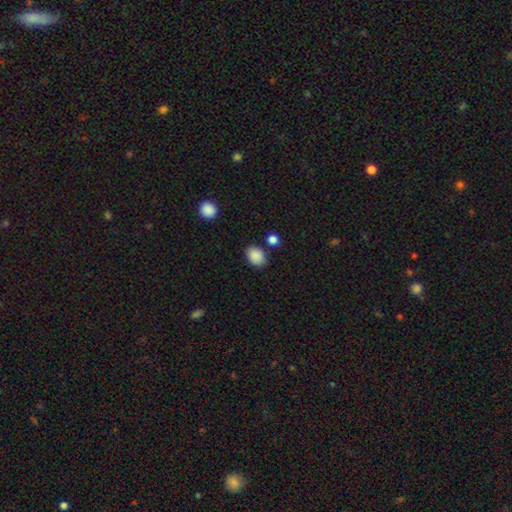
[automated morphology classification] This appears to be a smooth galaxy with no disk features (88%) that is in between round and cigar-shaped (66%). Merging: none (79%).